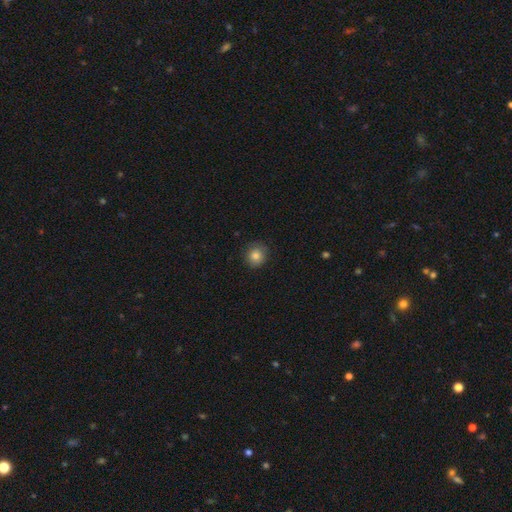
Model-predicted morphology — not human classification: smooth-or-featured: smooth: 83% | star or artifact: 10% | featured or disk: 7%
  how-rounded: round: 87% | in between: 12% | cigar-shaped: 1%
  merging: none: 84% | minor disturbance: 12% | major disturbance: 3% | merger: 1%